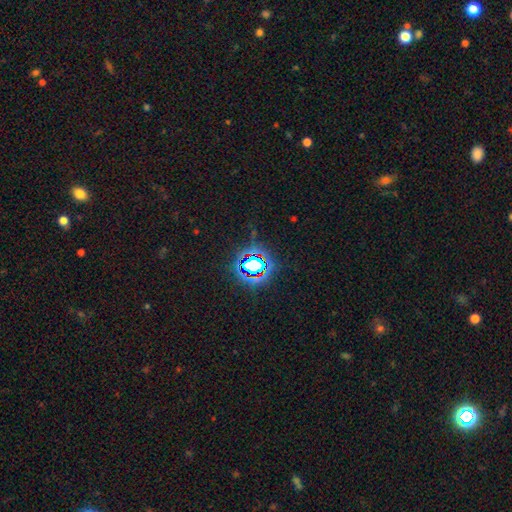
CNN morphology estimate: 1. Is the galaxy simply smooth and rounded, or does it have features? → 74% star or artifact, 18% smooth, 8% featured or disk.